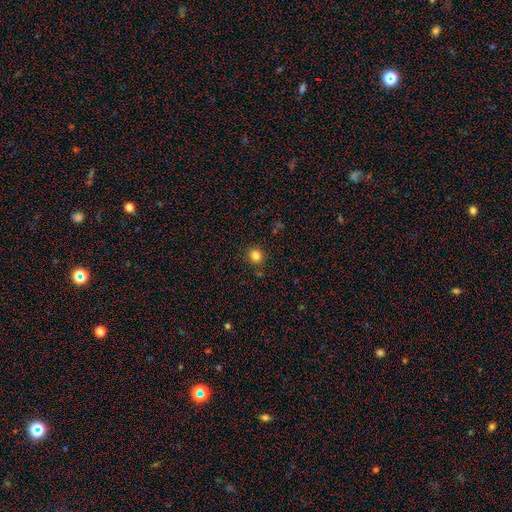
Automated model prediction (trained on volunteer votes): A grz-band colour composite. It shows a smooth galaxy with no disk features (82%) that is round (84%). Merging: none (87%).